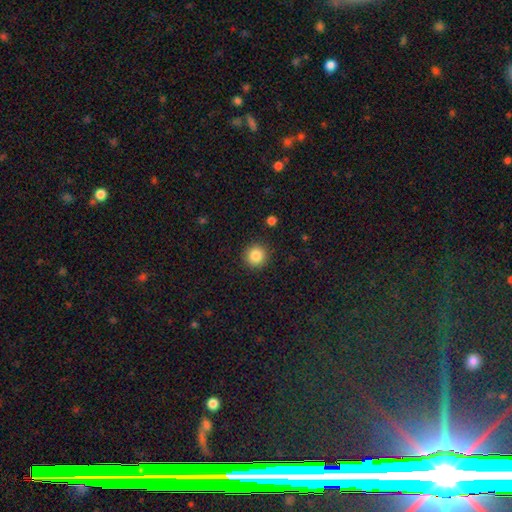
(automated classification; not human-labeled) Smooth or featured? Predicted: smooth (p=0.85). How rounded? Predicted: round (p=0.95). Merging? Predicted: none (p=0.91).